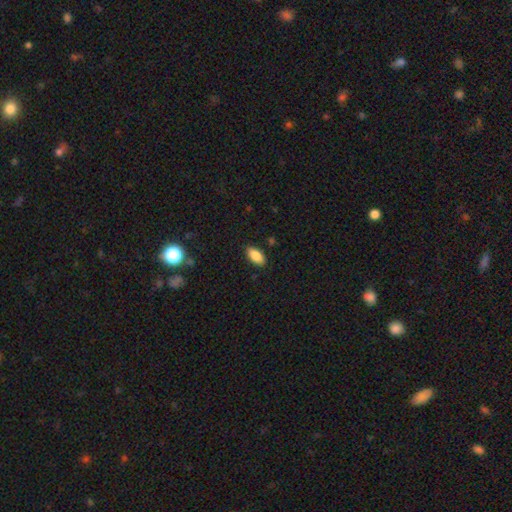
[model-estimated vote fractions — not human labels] Smooth or featured?
  - smooth: 87% *
  - star or artifact: 7%
  - featured or disk: 6%
How rounded?
  - in between: 91% *
  - cigar-shaped: 7%
  - round: 2%
Merging?
  - none: 88% *
  - minor disturbance: 9%
  - major disturbance: 2%
  - merger: 1%